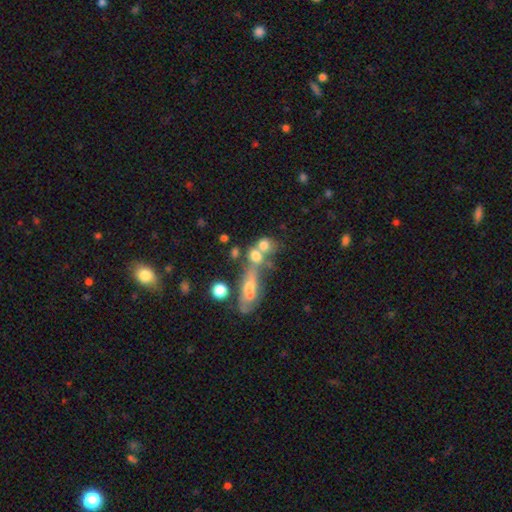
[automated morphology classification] Smooth or featured? Predicted: smooth (p=0.66). How rounded? Predicted: round (p=0.53). Merging? Predicted: merger (p=0.51).